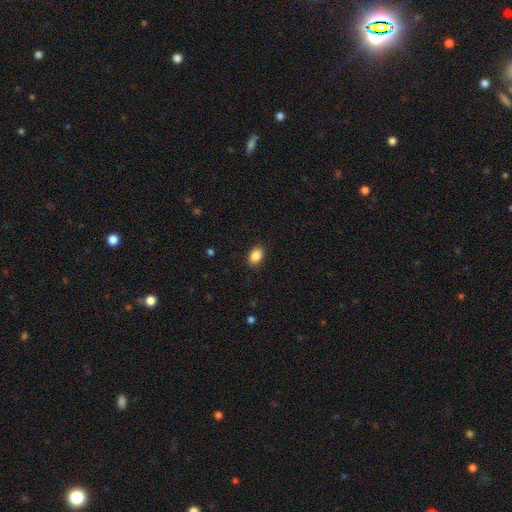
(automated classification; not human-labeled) Smooth or featured? smooth (88%)
How rounded? in between (83%)
Merging? none (88%)